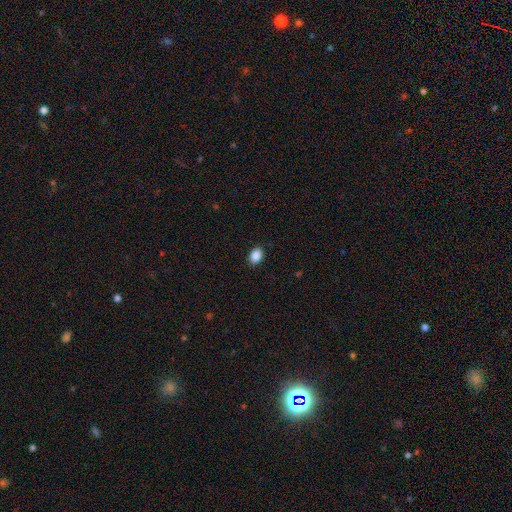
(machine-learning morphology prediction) Smooth or featured? Predicted: smooth (p=0.88). How rounded? Predicted: in between (p=0.72). Merging? Predicted: none (p=0.89).